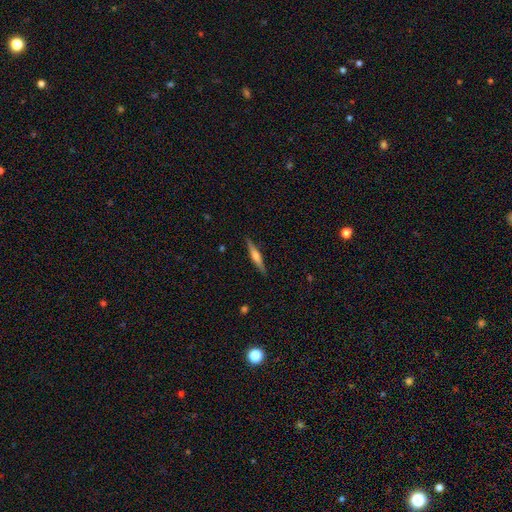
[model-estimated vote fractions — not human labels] smooth-or-featured: featured or disk: 55% | smooth: 39% | star or artifact: 6%
  disk-edge-on: yes: 97% | no: 3%
    edge-on-bulge: rounded: 75% | none: 13% | boxy: 12%
  merging: none: 89% | minor disturbance: 8% | major disturbance: 2% | merger: 1%